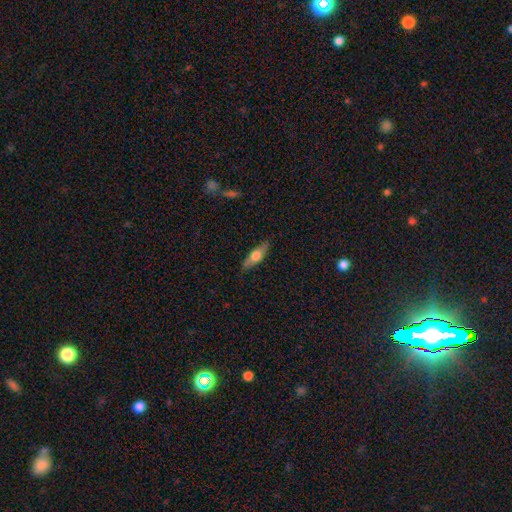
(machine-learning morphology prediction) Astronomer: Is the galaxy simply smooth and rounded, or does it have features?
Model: smooth — 53% (runner-up: featured or disk, 41%).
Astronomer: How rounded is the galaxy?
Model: cigar-shaped — 52% (runner-up: in between, 45%).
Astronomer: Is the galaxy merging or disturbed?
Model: none — 84%.